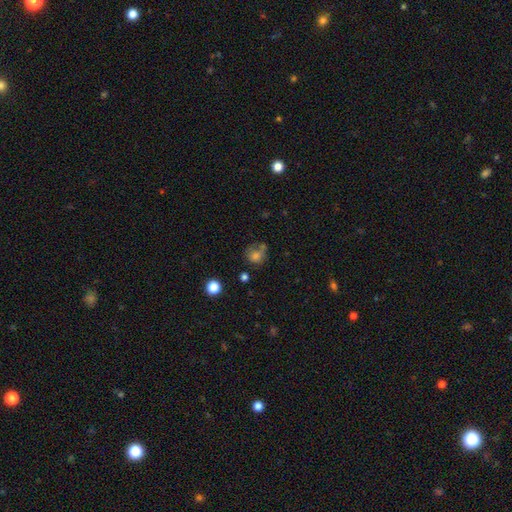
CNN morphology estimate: Q: Smooth or featured?
A: smooth (71%); runner-up: star or artifact (15%)
Q: How rounded?
A: round (78%); runner-up: in between (21%)
Q: Merging?
A: none (52%); runner-up: minor disturbance (21%)